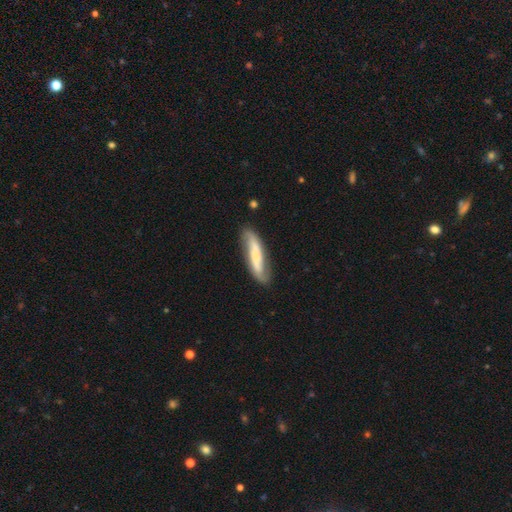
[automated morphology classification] smooth_or_featured: featured or disk (p=0.58) [alt: smooth p=0.36]
disk_edge_on: no (p=0.72) [alt: yes p=0.28]
merging: none (p=0.75) [alt: minor disturbance p=0.18]